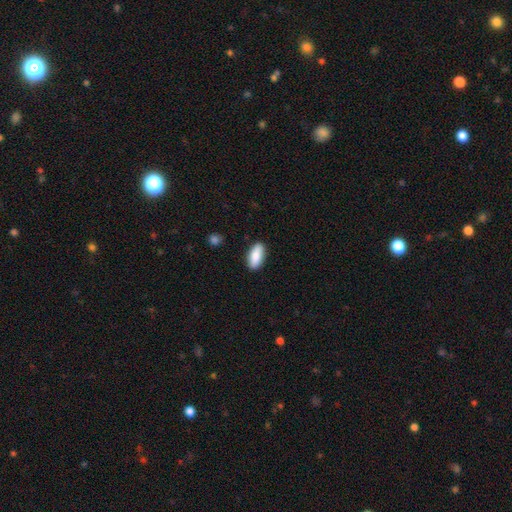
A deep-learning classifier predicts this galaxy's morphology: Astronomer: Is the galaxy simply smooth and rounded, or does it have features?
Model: smooth — 85%.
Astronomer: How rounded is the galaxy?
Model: in between — 85%.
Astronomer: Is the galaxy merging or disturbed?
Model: none — 86%.